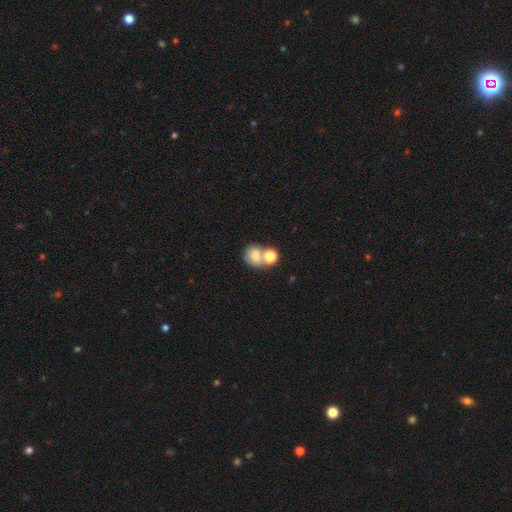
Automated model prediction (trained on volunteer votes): This appears to be a smooth galaxy with no disk features (75%) that is round (65%). Merging: merger (44%).